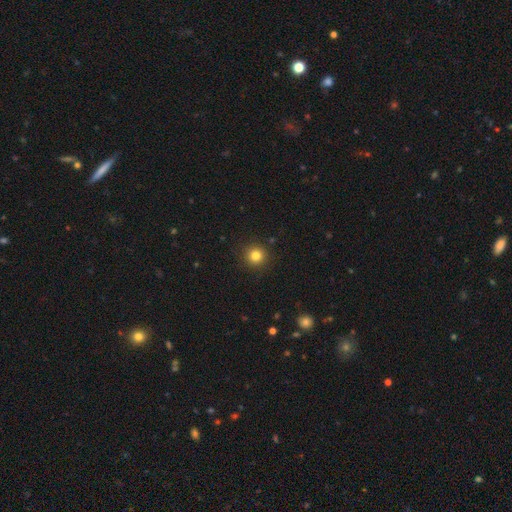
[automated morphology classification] A smooth galaxy with no disk features (82%) that is round (95%). Merging: none (92%).